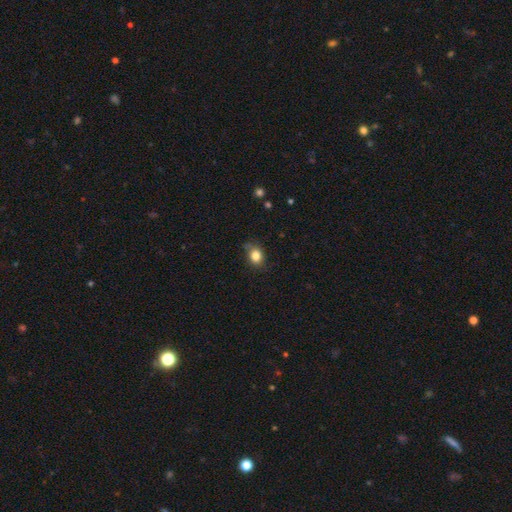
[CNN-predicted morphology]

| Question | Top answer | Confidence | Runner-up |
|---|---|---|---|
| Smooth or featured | smooth | 82% | star or artifact (10%) |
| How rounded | in between | 53% | round (46%) |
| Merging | none | 68% | minor disturbance (24%) |